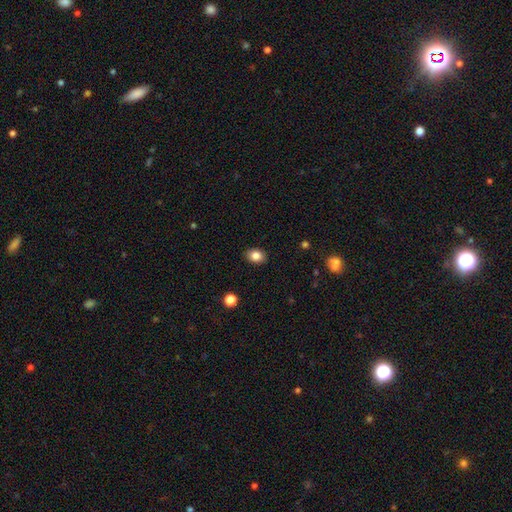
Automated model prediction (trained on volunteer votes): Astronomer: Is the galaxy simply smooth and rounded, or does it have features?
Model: smooth — 84%.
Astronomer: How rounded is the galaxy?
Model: in between — 66%.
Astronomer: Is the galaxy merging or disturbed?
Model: none — 89%.